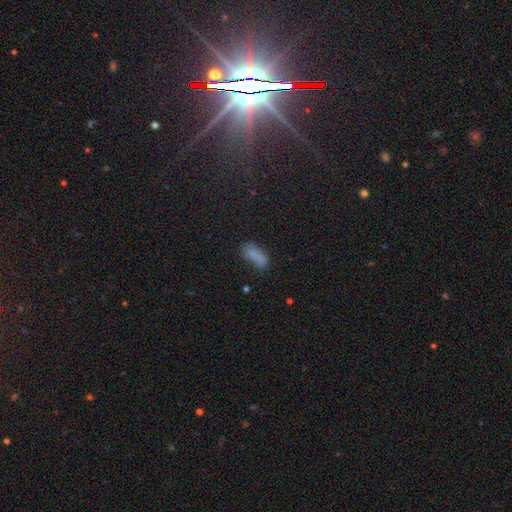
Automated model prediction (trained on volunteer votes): Smooth or featured?
  - smooth: 76% *
  - star or artifact: 14%
  - featured or disk: 10%
How rounded?
  - in between: 78% *
  - cigar-shaped: 17%
  - round: 4%
Merging?
  - none: 51% *
  - minor disturbance: 24%
  - merger: 14%
  - major disturbance: 11%